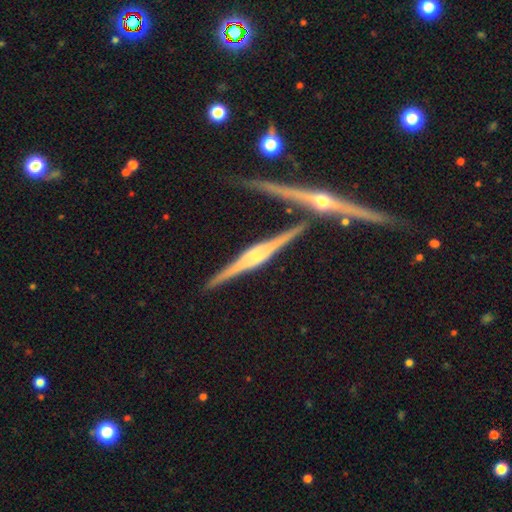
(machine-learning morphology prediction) smooth_or_featured: featured or disk (p=0.86) [alt: smooth p=0.07]
disk_edge_on: yes (p=0.98) [alt: no p=0.02]
edge_on_bulge: rounded (p=0.82) [alt: boxy p=0.13]
merging: none (p=0.82) [alt: minor disturbance p=0.09]